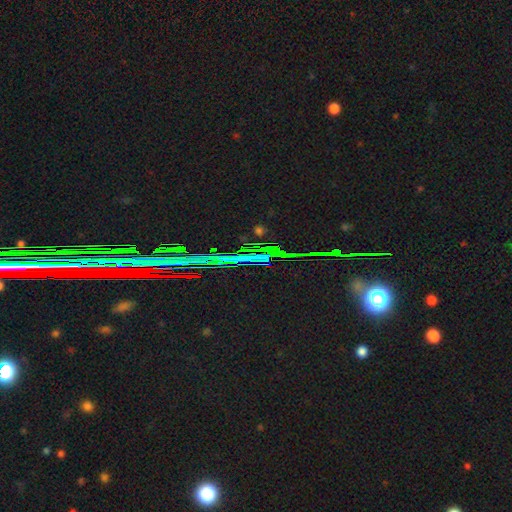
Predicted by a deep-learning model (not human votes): This appears to be a star or artifact, not a galaxy (81%).